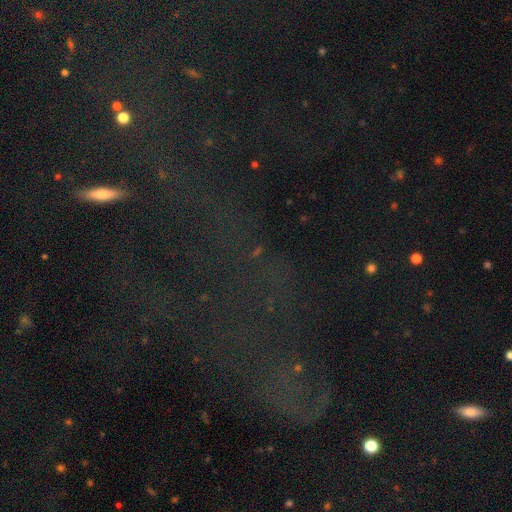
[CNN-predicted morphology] Q: Smooth or featured?
A: star or artifact (74%); runner-up: smooth (14%)